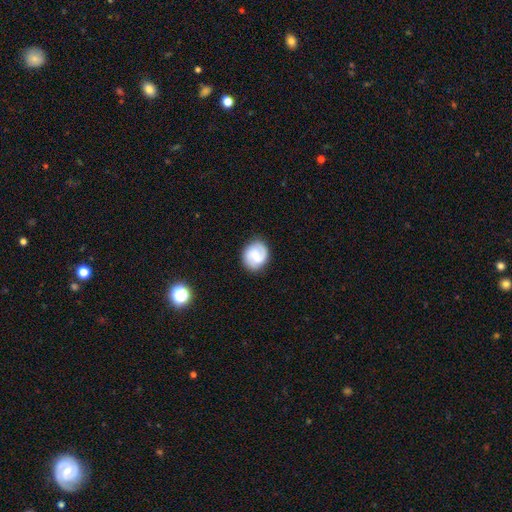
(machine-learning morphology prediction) A featured or disk galaxy (64%) with a weak bar (50%), 2 (85%) medium (45%) spiral arms (94%) and a small central bulge (44%). Merging: none (85%).